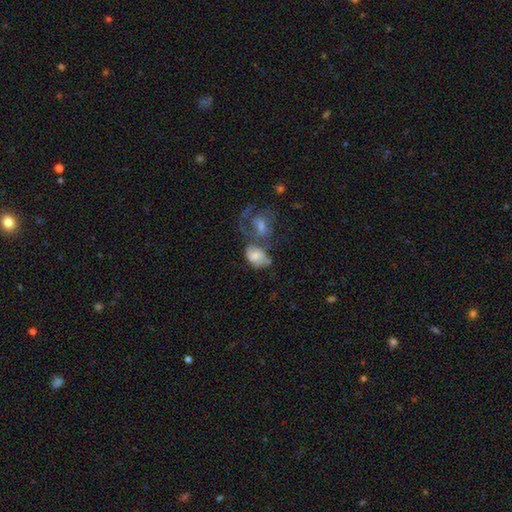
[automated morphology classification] smooth 51%, featured or disk 40%, star or artifact 9%. Down the decision tree: how rounded — in between (67%); merging — merger (49%).